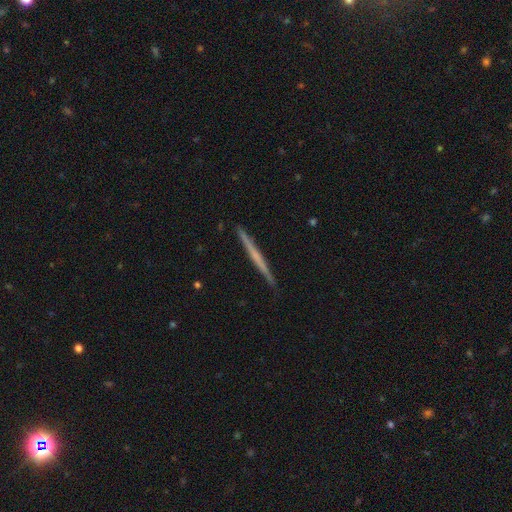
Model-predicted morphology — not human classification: Overall: featured or disk (57%; smooth 37%). Edge-on disk: yes (98%). Edge-on bulge: none (82%). Merging: none (92%).